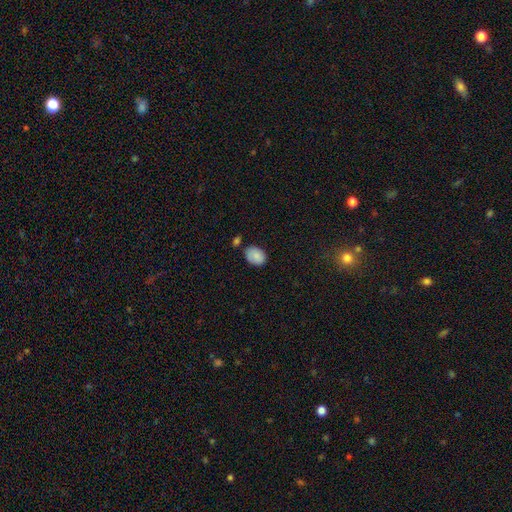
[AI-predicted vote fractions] The model was most divided on "how rounded": in between: 75%, round: 24%, cigar-shaped: 1%. More confident: smooth or featured — smooth (86%); merging — none (70%).